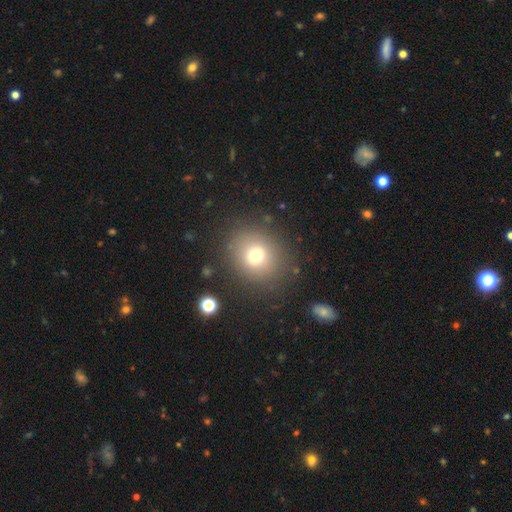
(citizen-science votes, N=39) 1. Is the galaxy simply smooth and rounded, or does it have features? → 72% smooth, 18% featured or disk, 10% star or artifact.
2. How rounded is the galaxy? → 75% round, 25% in between, 0% cigar-shaped.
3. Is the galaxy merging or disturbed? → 91% none, 6% minor disturbance, 3% major disturbance, 0% merger.